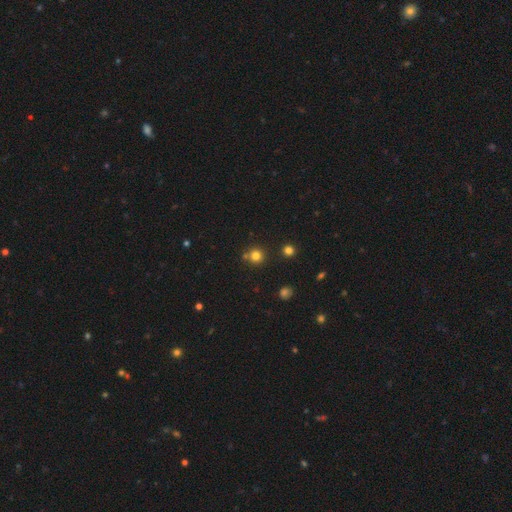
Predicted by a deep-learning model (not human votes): This is likely a smooth galaxy (78%). How rounded: clearly round (93%). Merging: likely none (76%).